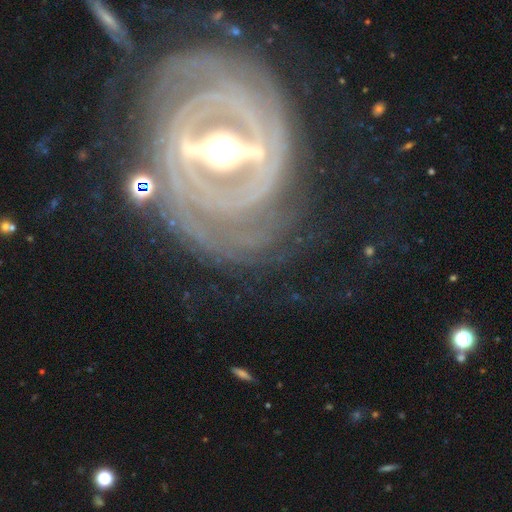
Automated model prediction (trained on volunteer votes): Overall: featured or disk (89%). Edge-on disk: no (90%). Bar: strong (73%). Spiral arms: yes (85%). Spiral arm count: can't tell (30%; 2 28%). Spiral winding: tight (75%). Bulge size: moderate (66%). Merging: none (73%).